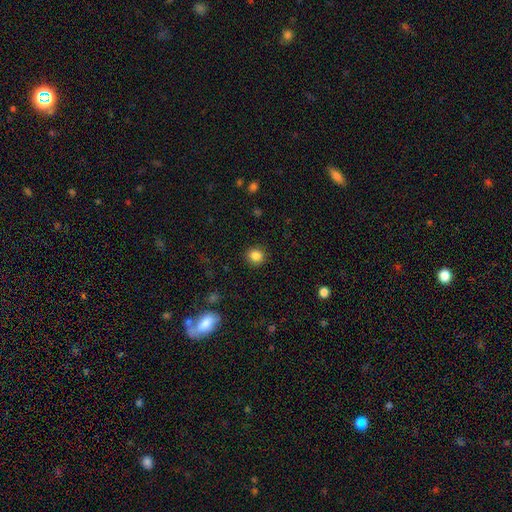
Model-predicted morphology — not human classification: smooth 85%, star or artifact 11%, featured or disk 4%. Down the decision tree: how rounded — round (86%); merging — none (91%).